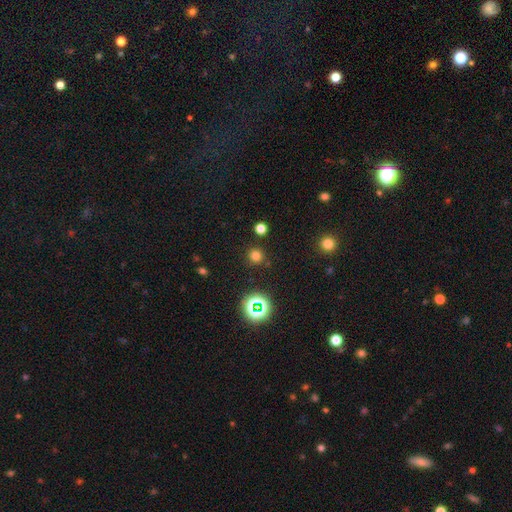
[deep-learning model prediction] smooth-or-featured: smooth: 72% | star or artifact: 23% | featured or disk: 5%
  how-rounded: round: 94% | in between: 5% | cigar-shaped: 1%
  merging: none: 88% | minor disturbance: 6% | merger: 3% | major disturbance: 3%